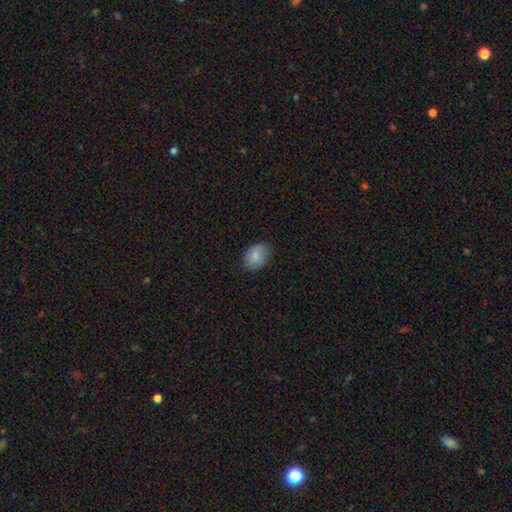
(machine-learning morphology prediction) smooth_or_featured: smooth (p=0.80) [alt: featured or disk p=0.13]
how_rounded: in between (p=0.77) [alt: round p=0.22]
merging: none (p=0.77) [alt: minor disturbance p=0.18]